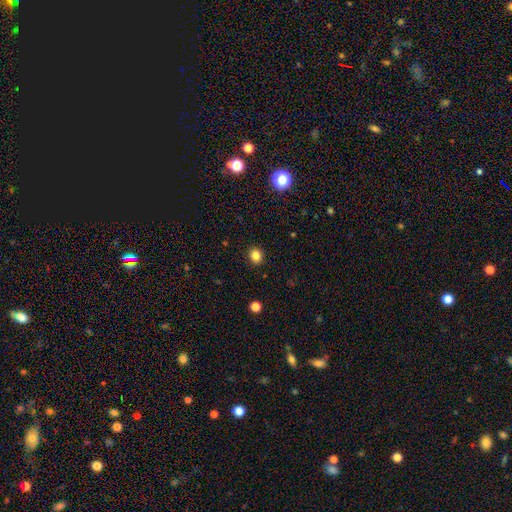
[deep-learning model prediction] Smooth or featured?
  - smooth: 83% *
  - star or artifact: 13%
  - featured or disk: 4%
How rounded?
  - round: 81% *
  - in between: 18%
  - cigar-shaped: 1%
Merging?
  - none: 91% *
  - minor disturbance: 6%
  - major disturbance: 2%
  - merger: 1%